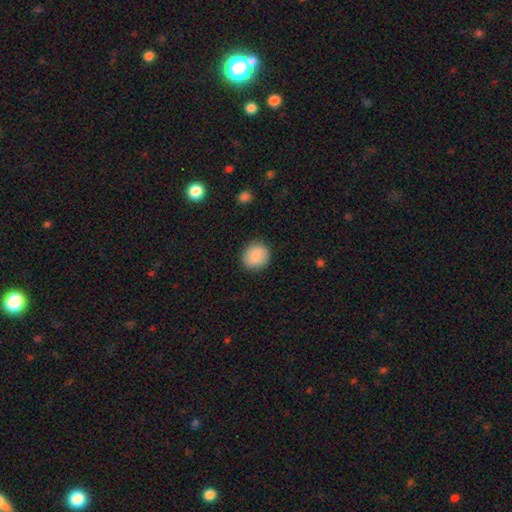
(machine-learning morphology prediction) Q: Smooth or featured?
A: smooth (87%); runner-up: star or artifact (7%)
Q: How rounded?
A: round (87%); runner-up: in between (12%)
Q: Merging?
A: none (89%); runner-up: minor disturbance (8%)